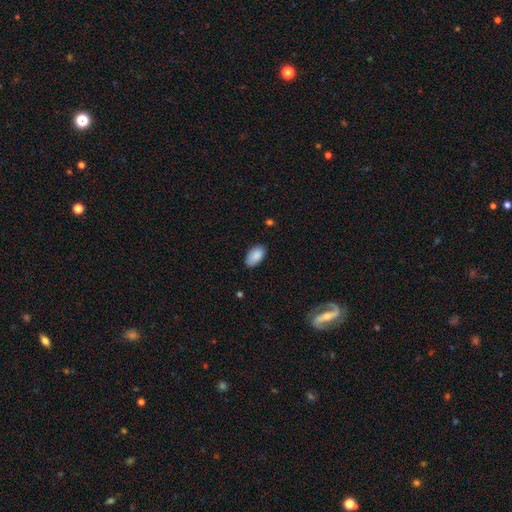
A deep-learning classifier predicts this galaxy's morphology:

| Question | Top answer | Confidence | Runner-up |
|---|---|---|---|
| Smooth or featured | smooth | 89% | star or artifact (7%) |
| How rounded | in between | 95% | round (4%) |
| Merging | none | 81% | minor disturbance (15%) |